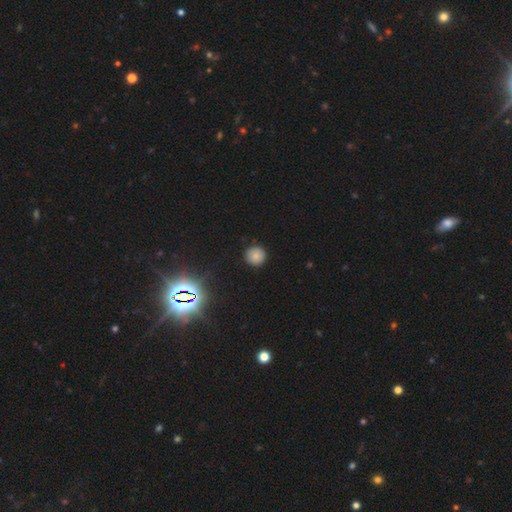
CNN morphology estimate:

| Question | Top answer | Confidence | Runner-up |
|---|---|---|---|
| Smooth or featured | smooth | 79% | star or artifact (14%) |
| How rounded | round | 93% | in between (6%) |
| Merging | none | 90% | minor disturbance (7%) |